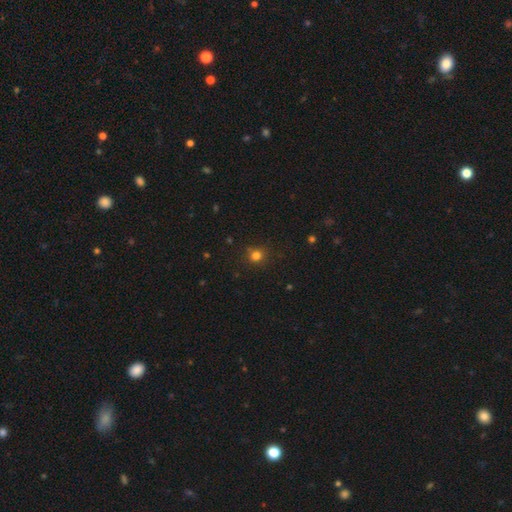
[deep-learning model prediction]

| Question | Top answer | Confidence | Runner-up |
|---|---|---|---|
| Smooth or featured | smooth | 79% | star or artifact (17%) |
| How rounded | round | 88% | in between (11%) |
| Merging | none | 84% | minor disturbance (10%) |